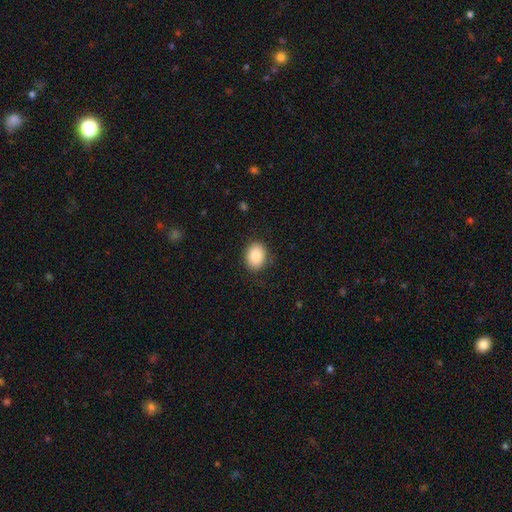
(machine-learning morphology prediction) Q: Smooth or featured?
A: smooth (87%); runner-up: star or artifact (8%)
Q: How rounded?
A: in between (59%); runner-up: round (41%)
Q: Merging?
A: none (86%); runner-up: minor disturbance (10%)